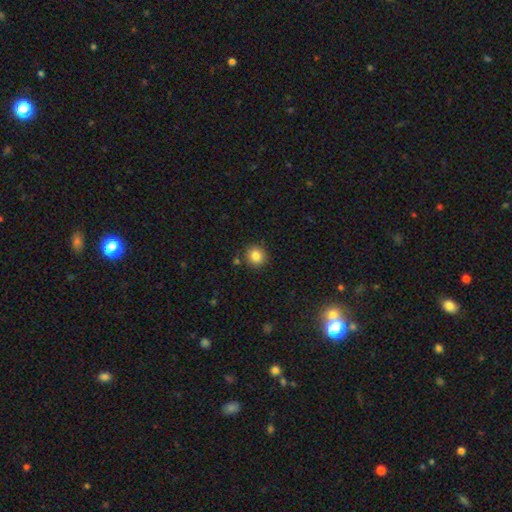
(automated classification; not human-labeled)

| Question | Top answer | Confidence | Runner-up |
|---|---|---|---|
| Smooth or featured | smooth | 84% | star or artifact (11%) |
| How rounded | round | 90% | in between (9%) |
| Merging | none | 86% | minor disturbance (8%) |